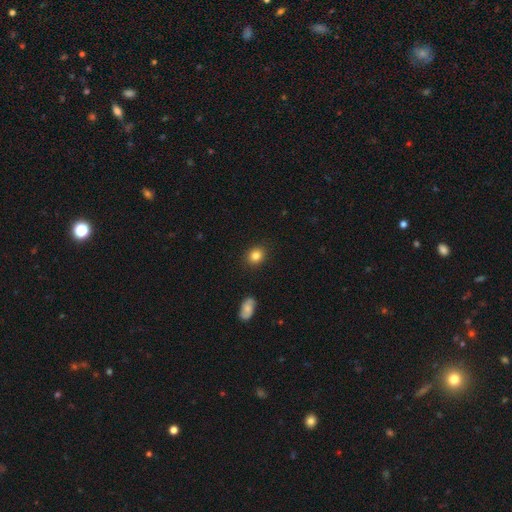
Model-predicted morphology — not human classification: This appears to be a smooth galaxy with no disk features (84%) that is round (66%). Merging: none (88%).